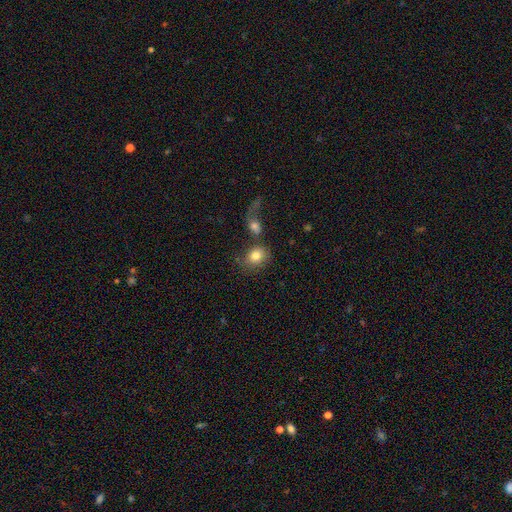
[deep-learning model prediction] smooth_or_featured: smooth (p=0.81) [alt: featured or disk p=0.11]
how_rounded: round (p=0.50) [alt: in between p=0.49]
merging: none (p=0.52) [alt: merger p=0.25]